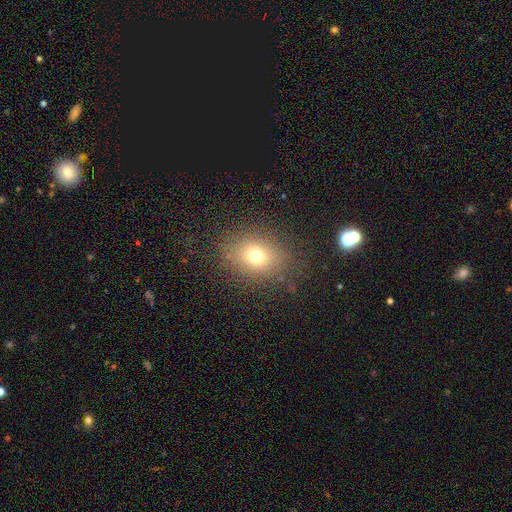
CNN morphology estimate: Smooth or featured? Predicted: smooth (p=0.71). How rounded? Predicted: round (p=0.50). Merging? Predicted: none (p=0.82).